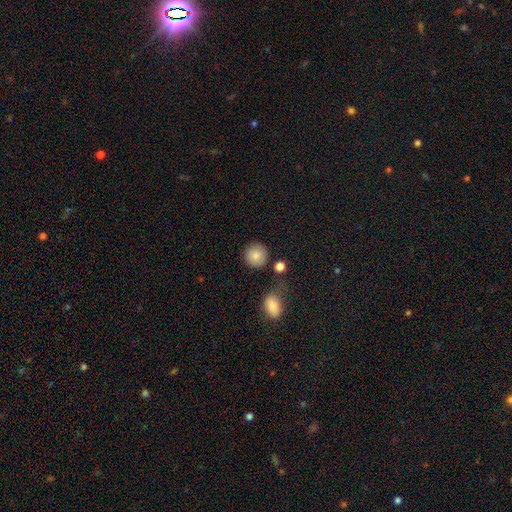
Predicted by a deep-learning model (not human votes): smooth 86%, star or artifact 8%, featured or disk 6%. Down the decision tree: how rounded — round (91%); merging — none (82%).